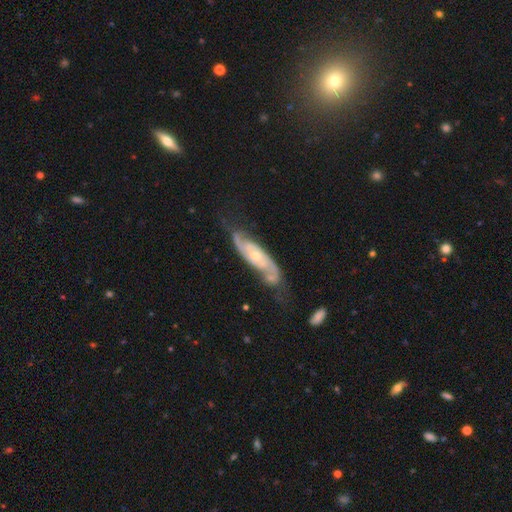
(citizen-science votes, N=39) A featured or disk galaxy (95%) with no bar (70%), 2 (100%) tight (48%) spiral arms (100%) and a moderate central bulge (58%).

Vote fractions:
- Smooth or featured? featured or disk: 95% / smooth: 5% / star or artifact: 0%
- Edge-on disk? no: 89% / yes: 11%
- Bar? no: 70% / weak: 30% / strong: 0%
- Spiral arms? yes: 100% / no: 0%
- Spiral winding? tight: 48% / medium: 36% / loose: 15%
- Spiral arm count? 2: 100% / 1: 0% / 3: 0% / 4: 0% / more than 4: 0% / can't tell: 0%
- Bulge size? moderate: 58% / small: 39% / none: 3% / dominant: 0% / large: 0%
- Merging? none: 54% / minor disturbance: 28% / major disturbance: 13% / merger: 5%